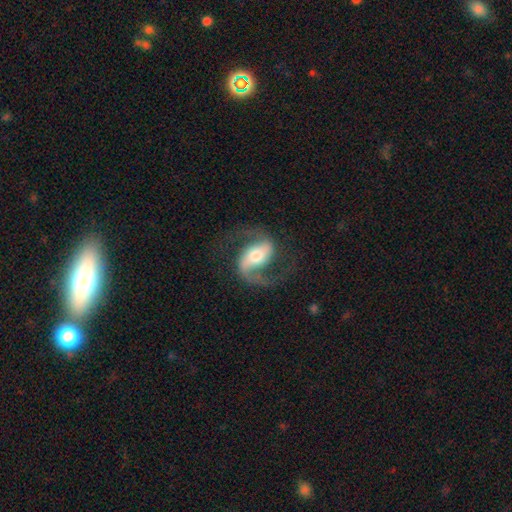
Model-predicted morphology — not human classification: The model was most divided on "spiral winding": medium: 46%, loose: 45%, tight: 9%. Remaining: edge-on disk — no (97%); spiral arms — yes (97%); spiral arm count — 2 (92%); smooth or featured — featured or disk (88%); merging — none (74%); bulge size — moderate (60%); bar — strong (46%).